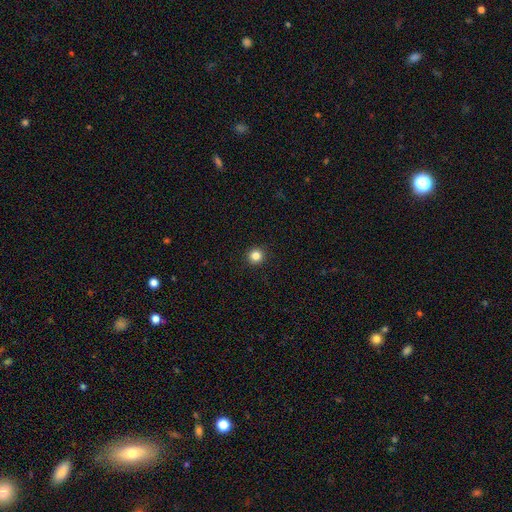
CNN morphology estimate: Smooth or featured: smooth — 84% (star or artifact — 12%)
How rounded: round — 95% (in between — 4%)
Merging: none — 93% (minor disturbance — 4%)